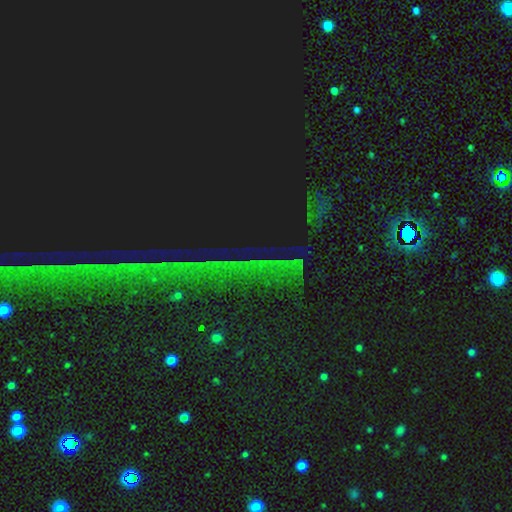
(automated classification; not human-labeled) A star or artifact, not a galaxy (87%).

Vote fractions:
- Smooth or featured? star or artifact: 87% / featured or disk: 7% / smooth: 6%